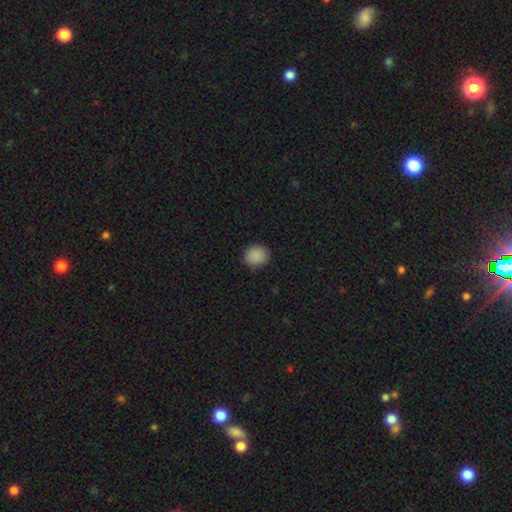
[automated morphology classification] A smooth galaxy with no disk features (88%) that is round (75%).

Vote fractions:
- Smooth or featured? smooth: 88% / star or artifact: 9% / featured or disk: 3%
- How rounded? round: 75% / in between: 24% / cigar-shaped: 1%
- Merging? none: 86% / minor disturbance: 11% / major disturbance: 2% / merger: 1%